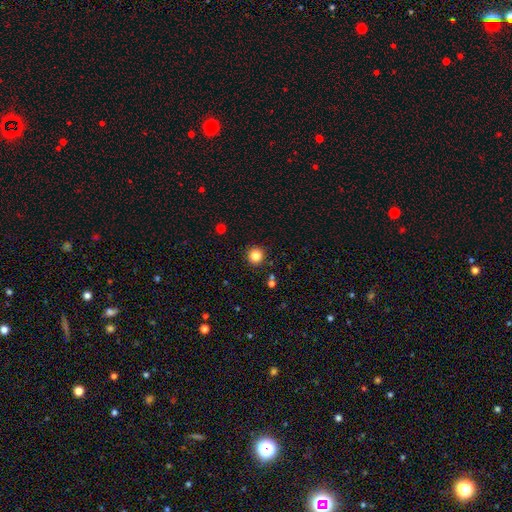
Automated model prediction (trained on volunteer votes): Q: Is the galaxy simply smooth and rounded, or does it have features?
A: smooth — 84%.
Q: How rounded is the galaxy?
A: round — 94%.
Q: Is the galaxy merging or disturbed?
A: none — 91%.